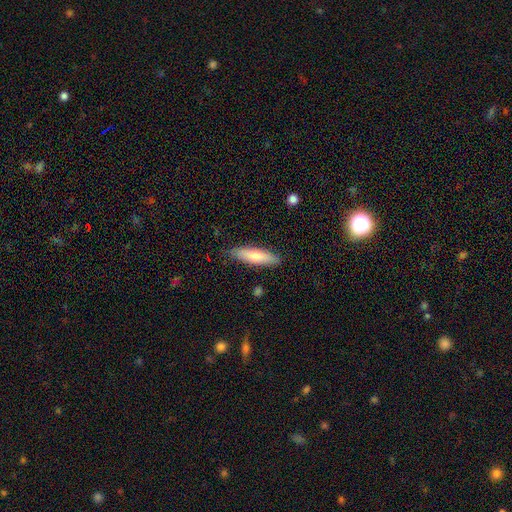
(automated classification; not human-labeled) Smooth or featured? smooth (66%)
How rounded? cigar-shaped (75%)
Merging? none (87%)